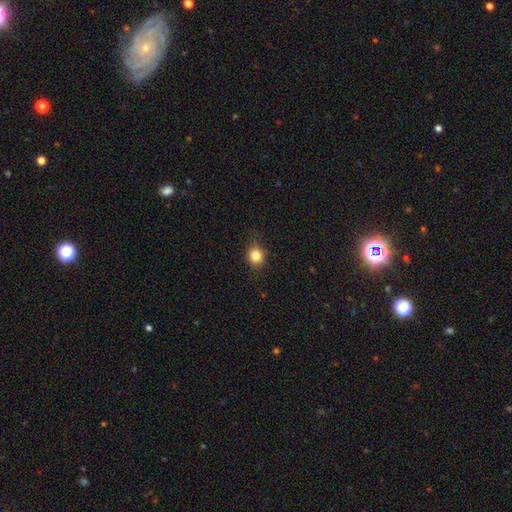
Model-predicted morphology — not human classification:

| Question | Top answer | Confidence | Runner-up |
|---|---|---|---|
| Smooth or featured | smooth | 83% | star or artifact (11%) |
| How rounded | round | 71% | in between (28%) |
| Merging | none | 79% | minor disturbance (16%) |